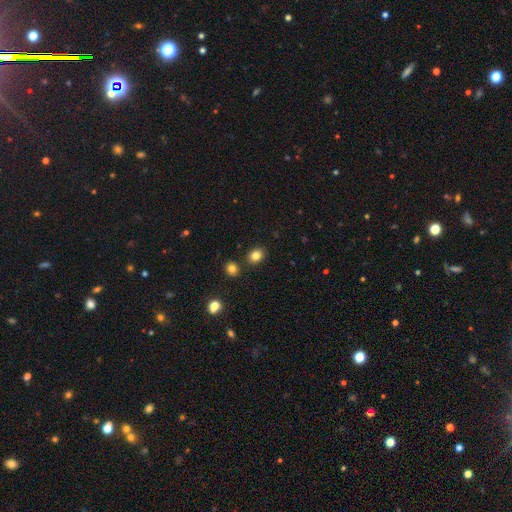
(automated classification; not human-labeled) This is clearly a smooth galaxy (83%). How rounded: possibly round (54%). Merging: clearly none (84%).